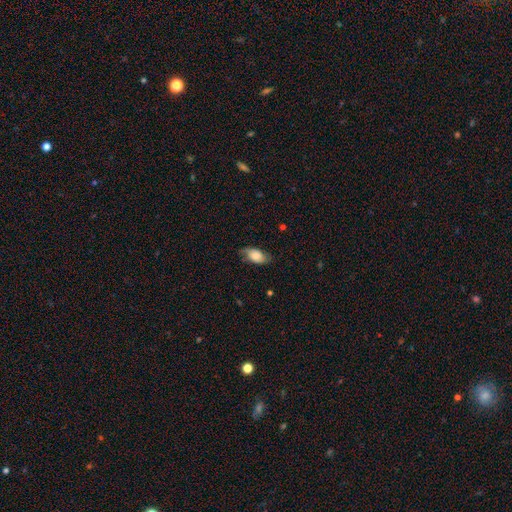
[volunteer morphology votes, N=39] Smooth or featured? smooth (72%)
How rounded? in between (100%)
Merging? none (62%)